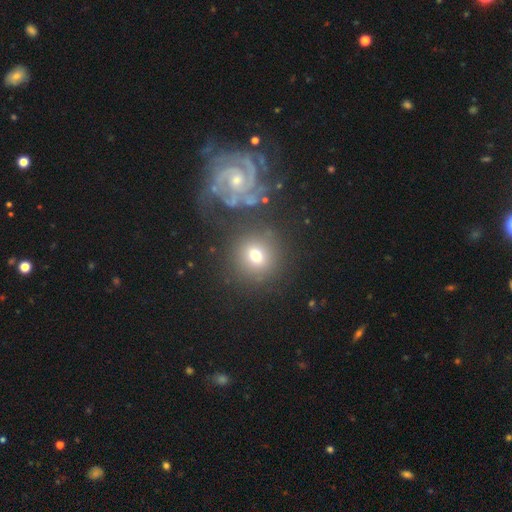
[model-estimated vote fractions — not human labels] Q: Smooth or featured?
A: smooth (69%); runner-up: featured or disk (17%)
Q: How rounded?
A: round (87%); runner-up: in between (12%)
Q: Merging?
A: none (75%); runner-up: minor disturbance (10%)